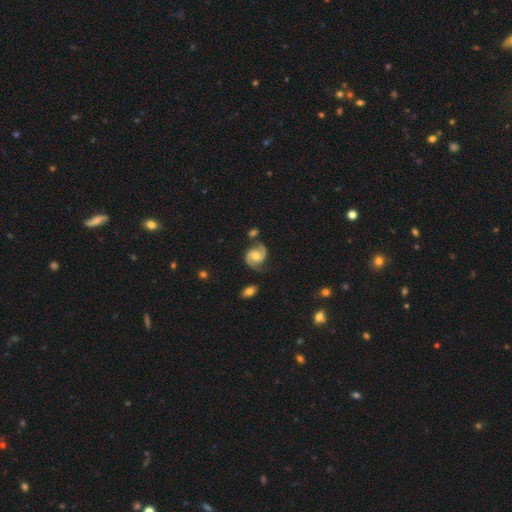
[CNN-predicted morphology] Overall: featured or disk (86%). Edge-on disk: no (98%). Bar: no (61%; weak 31%). Spiral arms: yes (97%). Spiral arm count: 2 (92%). Spiral winding: medium (54%; tight 28%). Bulge size: moderate (72%). Merging: none (72%).